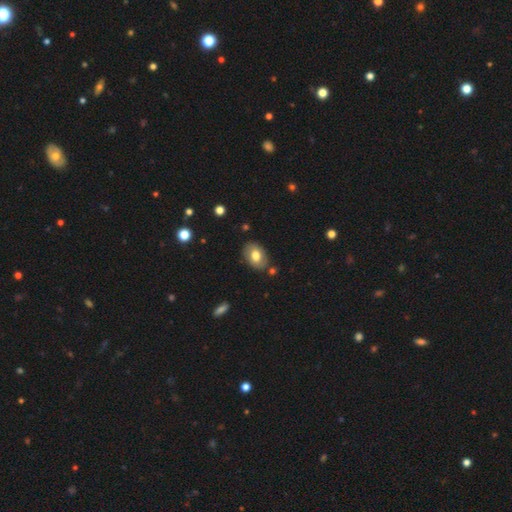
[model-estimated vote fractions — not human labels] This appears to be a smooth galaxy with no disk features (70%) that is in between round and cigar-shaped (82%). Merging: none (79%).